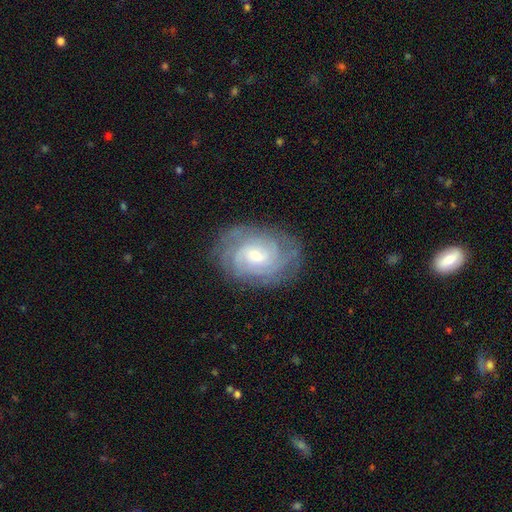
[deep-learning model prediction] Smooth or featured: featured or disk — 80% (smooth — 13%)
Edge-on disk: no — 97% (yes — 3%)
Bar: no — 46% (tied with weak — 46%)
Spiral arms: yes — 95% (no — 5%)
Spiral winding: tight — 69% (medium — 25%)
Spiral arm count: can't tell — 41% (3 — 17%)
Bulge size: moderate — 50% (small — 42%)
Merging: none — 78% (minor disturbance — 15%)